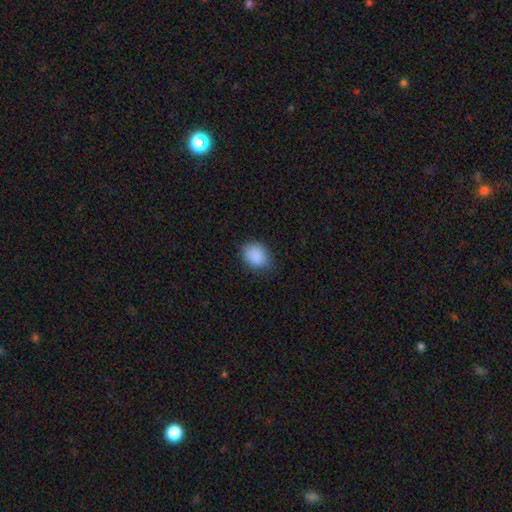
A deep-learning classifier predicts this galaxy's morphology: This appears to be a smooth galaxy with no disk features (89%) that is in between round and cigar-shaped (61%). Merging: none (79%).